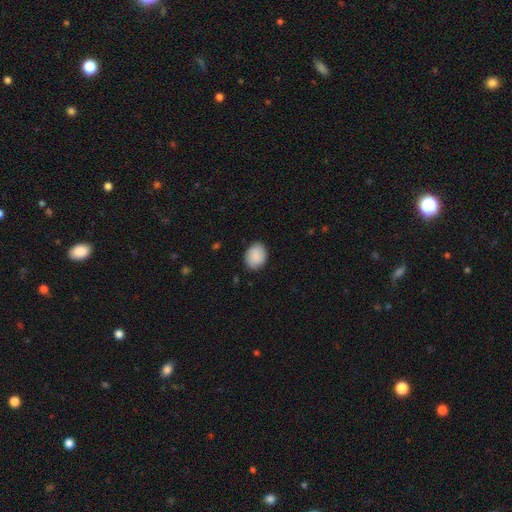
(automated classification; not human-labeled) Morphology: type=smooth (88%); roundness=in between (52%); merging=none (84%).